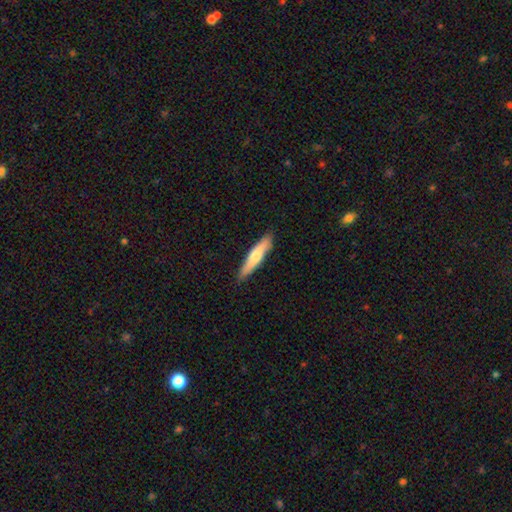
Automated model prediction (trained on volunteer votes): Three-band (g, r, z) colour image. It shows a smooth galaxy with no disk features (62%) that is cigar-shaped (85%). Merging: none (86%).